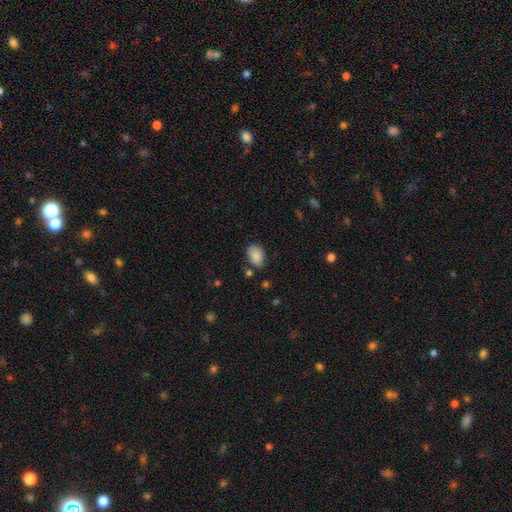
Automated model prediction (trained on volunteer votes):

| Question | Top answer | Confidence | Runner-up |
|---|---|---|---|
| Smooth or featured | smooth | 87% | star or artifact (8%) |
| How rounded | in between | 83% | round (16%) |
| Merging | none | 71% | minor disturbance (21%) |